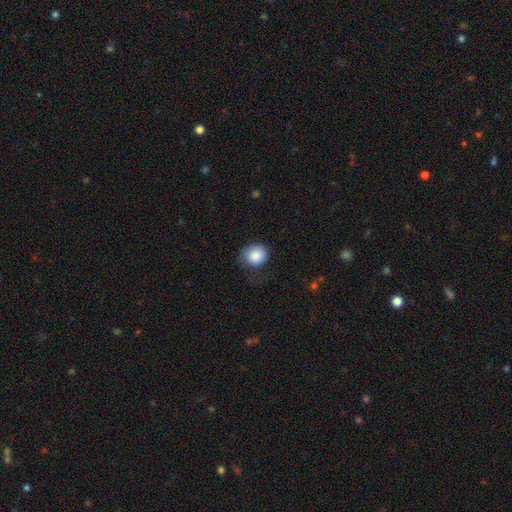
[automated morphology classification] This is clearly a smooth galaxy (86%). How rounded: likely round (75%). Merging: possibly none (58%).